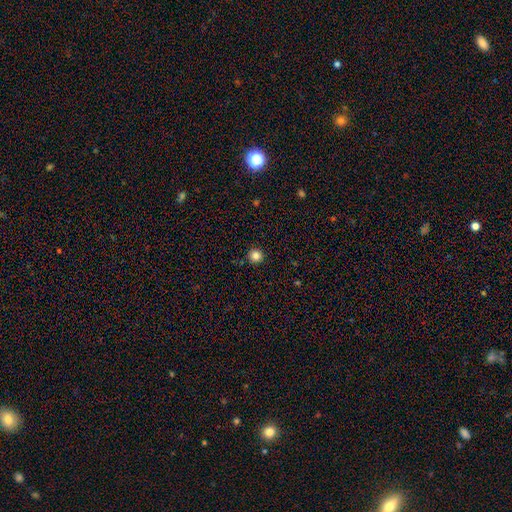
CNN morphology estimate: smooth_or_featured: smooth (p=0.85) [alt: star or artifact p=0.12]
how_rounded: round (p=0.95) [alt: in between p=0.04]
merging: none (p=0.92) [alt: minor disturbance p=0.05]